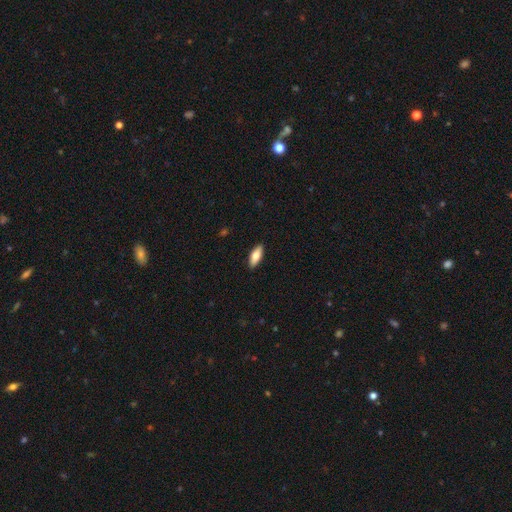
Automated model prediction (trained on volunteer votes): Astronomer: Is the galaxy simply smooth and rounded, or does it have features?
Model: smooth — 75%.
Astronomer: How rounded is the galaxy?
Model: in between — 74%.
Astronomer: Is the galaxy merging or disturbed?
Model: none — 90%.